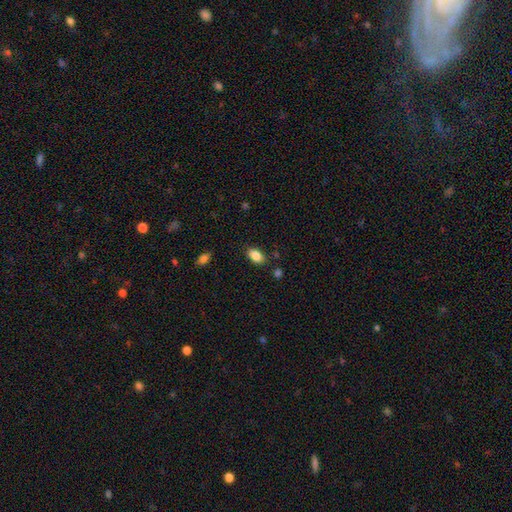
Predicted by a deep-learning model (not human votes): smooth 86%, star or artifact 8%, featured or disk 6%. Down the decision tree: how rounded — in between (90%); merging — none (84%).